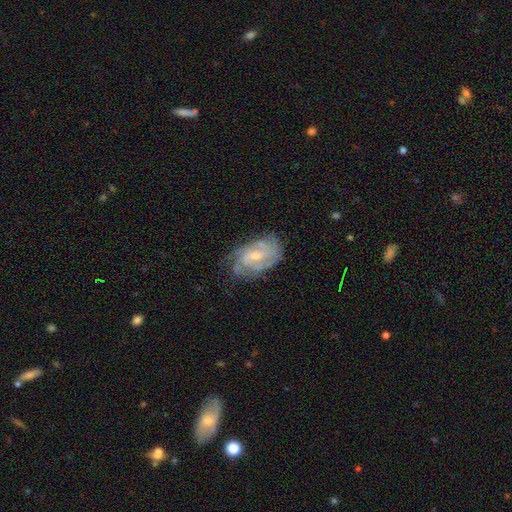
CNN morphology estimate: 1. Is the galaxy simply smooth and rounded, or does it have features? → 85% featured or disk, 9% smooth, 6% star or artifact.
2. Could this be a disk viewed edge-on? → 97% no, 3% yes.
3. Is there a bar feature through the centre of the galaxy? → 49% weak, 40% no, 11% strong.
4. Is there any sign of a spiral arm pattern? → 95% yes, 5% no.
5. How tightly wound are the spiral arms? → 58% tight, 34% medium, 8% loose.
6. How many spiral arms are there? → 28% can't tell, 24% 3, 22% 2, 14% 4, 5% more than 4, 5% 1.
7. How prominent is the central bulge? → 60% small, 34% moderate, 3% none, 1% large, 1% dominant.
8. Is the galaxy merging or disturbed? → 68% none, 22% minor disturbance, 8% major disturbance, 1% merger.